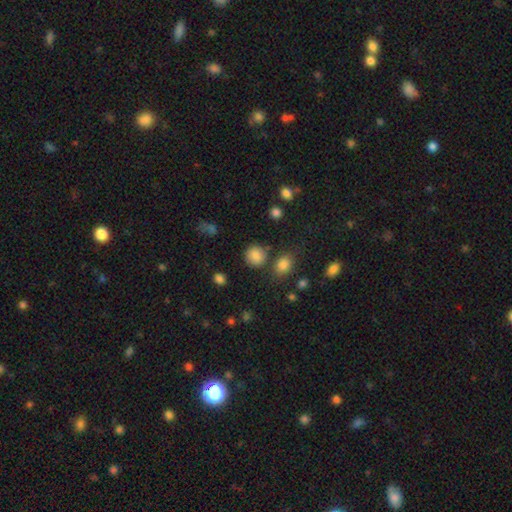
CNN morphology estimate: smooth_or_featured: smooth (p=0.83) [alt: star or artifact p=0.11]
how_rounded: round (p=0.86) [alt: in between p=0.13]
merging: none (p=0.80) [alt: minor disturbance p=0.10]